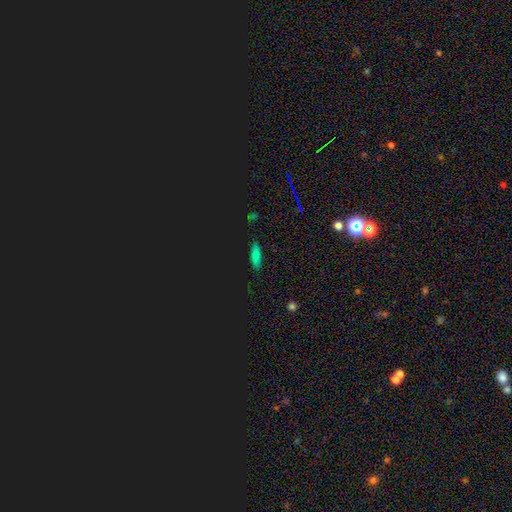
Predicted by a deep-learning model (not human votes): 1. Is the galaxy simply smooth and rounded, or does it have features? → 65% smooth, 26% star or artifact, 9% featured or disk.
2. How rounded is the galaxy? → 63% in between, 32% cigar-shaped, 5% round.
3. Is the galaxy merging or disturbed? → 87% none, 10% minor disturbance, 2% major disturbance, 1% merger.